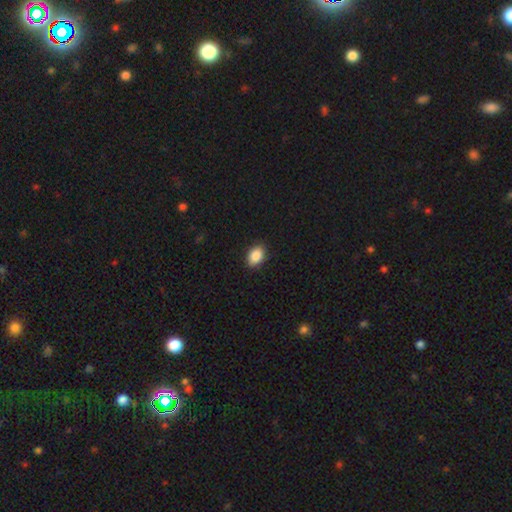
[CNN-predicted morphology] This appears to be a smooth galaxy with no disk features (89%) that is in between round and cigar-shaped (82%). Merging: none (88%).